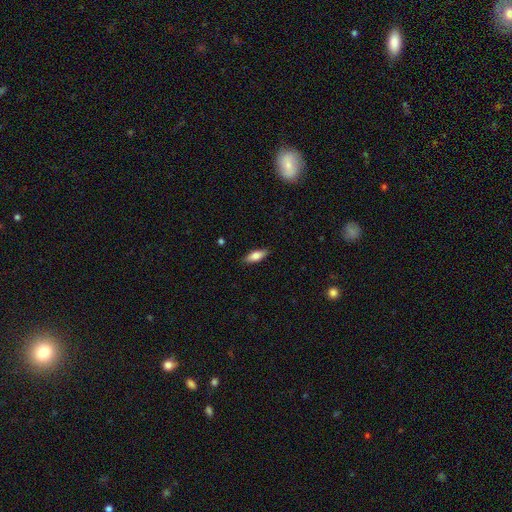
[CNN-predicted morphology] The model was most divided on "how rounded": in between: 71%, cigar-shaped: 27%, round: 2%. More confident: merging — none (87%); smooth or featured — smooth (78%).